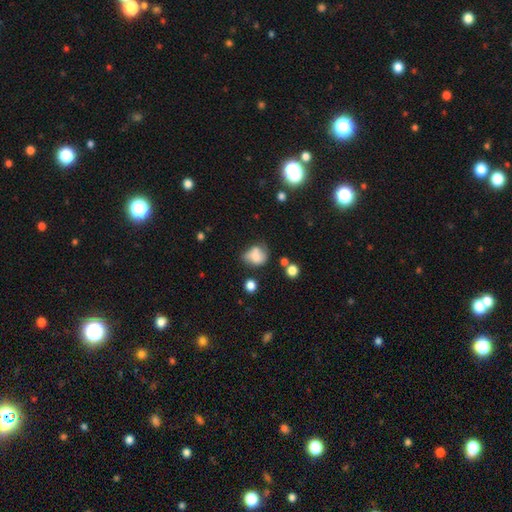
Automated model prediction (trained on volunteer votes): smooth_or_featured: smooth (p=0.64) [alt: featured or disk p=0.25]
how_rounded: round (p=0.52) [alt: in between p=0.47]
merging: none (p=0.42) [alt: minor disturbance p=0.30]